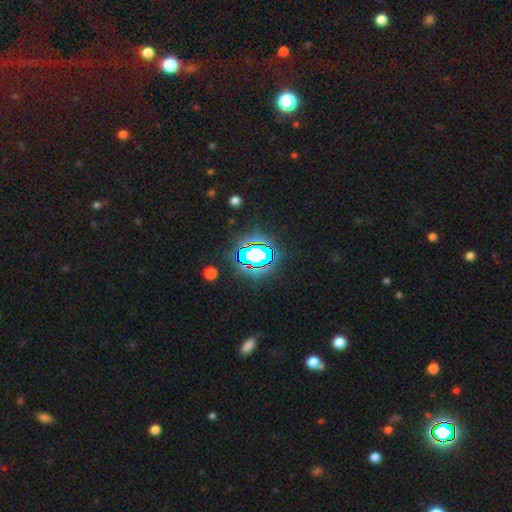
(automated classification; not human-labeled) Morphology: type=star or artifact (67%).